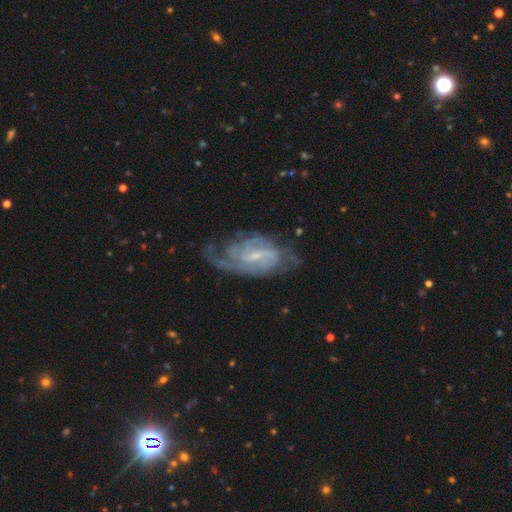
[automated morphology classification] smooth-or-featured: featured or disk: 85% | smooth: 8% | star or artifact: 7%
  disk-edge-on: no: 95% | yes: 5%
    bar: weak: 56% | strong: 23% | no: 21%
    has-spiral-arms: yes: 94% | no: 6%
      spiral-winding: tight: 48% | medium: 40% | loose: 13%
      spiral-arm-count: 2: 32% | can't tell: 30% | 3: 19% | 4: 9% | 1: 5% | more than 4: 5%
    bulge-size: small: 64% | moderate: 25% | none: 9% | large: 1% | dominant: 1%
  merging: none: 62% | minor disturbance: 22% | major disturbance: 14% | merger: 2%